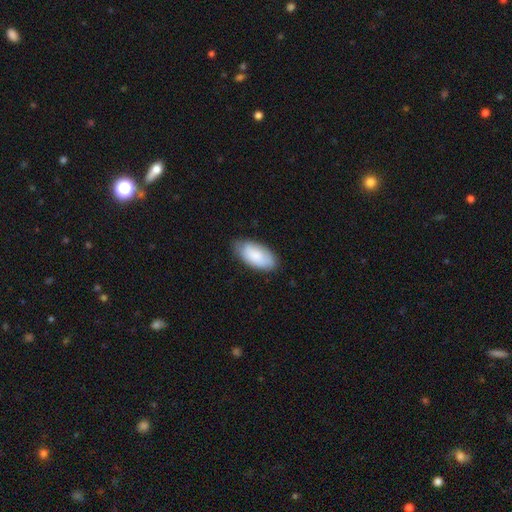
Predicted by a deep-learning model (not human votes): This appears to be a smooth galaxy with no disk features (82%) that is in between round and cigar-shaped (94%). Merging: none (75%).